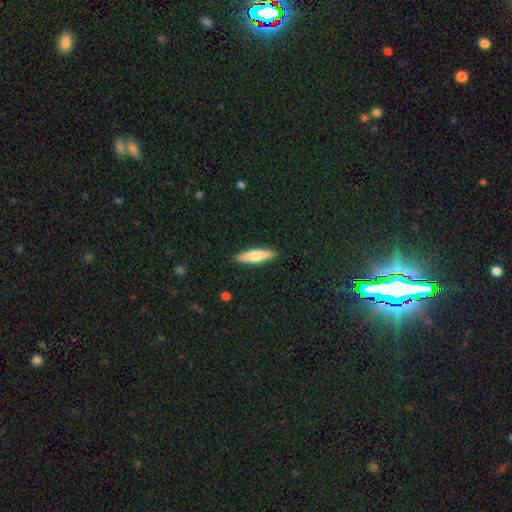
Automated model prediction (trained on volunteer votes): This appears to be a smooth galaxy with no disk features (66%) that is cigar-shaped (76%). Merging: none (90%).